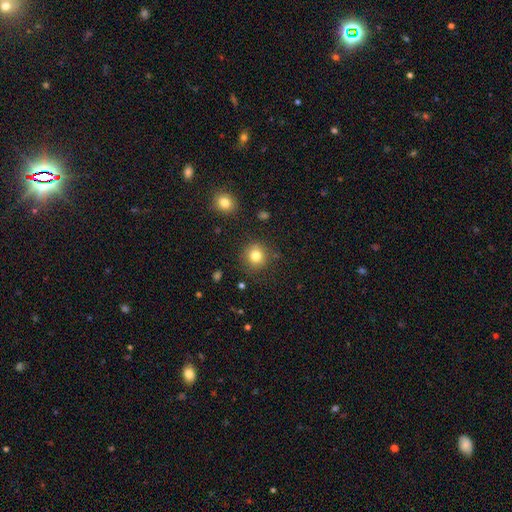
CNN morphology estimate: Smooth or featured: smooth — 80% (star or artifact — 12%)
How rounded: round — 90% (in between — 9%)
Merging: none — 85% (minor disturbance — 10%)